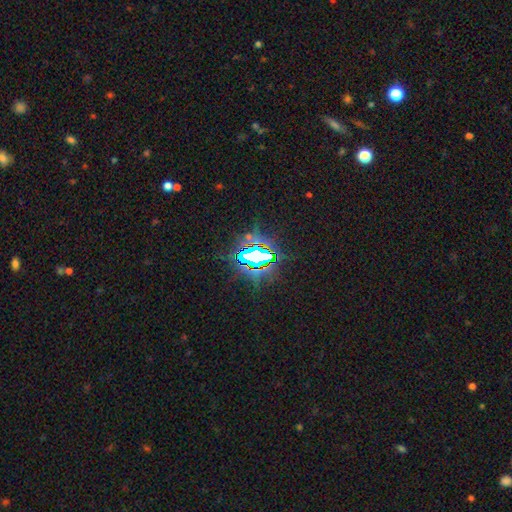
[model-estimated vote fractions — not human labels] Smooth or featured? Predicted: star or artifact (p=0.77).